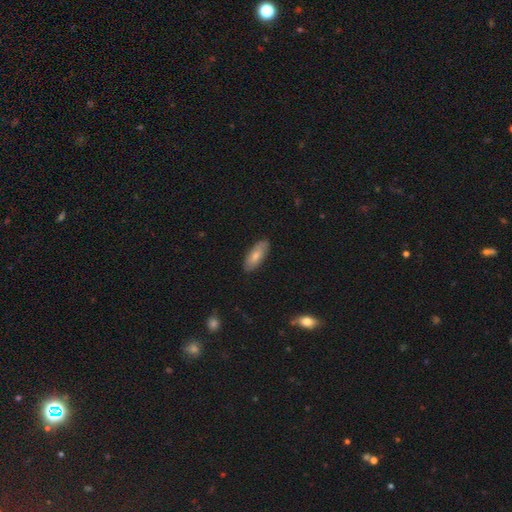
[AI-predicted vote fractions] Q: Smooth or featured?
A: smooth (74%); runner-up: featured or disk (20%)
Q: How rounded?
A: in between (75%); runner-up: cigar-shaped (23%)
Q: Merging?
A: none (85%); runner-up: minor disturbance (12%)